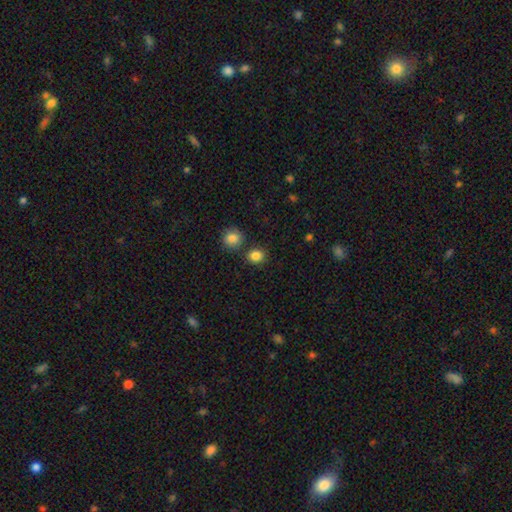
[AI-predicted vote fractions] Smooth or featured?
  - smooth: 85% *
  - star or artifact: 11%
  - featured or disk: 4%
How rounded?
  - round: 71% *
  - in between: 28%
  - cigar-shaped: 1%
Merging?
  - none: 78% *
  - merger: 11%
  - minor disturbance: 9%
  - major disturbance: 3%